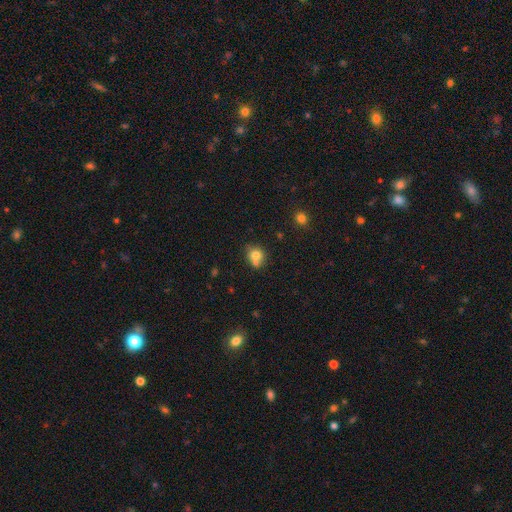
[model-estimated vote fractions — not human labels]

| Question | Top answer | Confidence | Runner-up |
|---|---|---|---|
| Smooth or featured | smooth | 75% | featured or disk (13%) |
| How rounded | round | 78% | in between (21%) |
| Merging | none | 51% | merger (33%) |